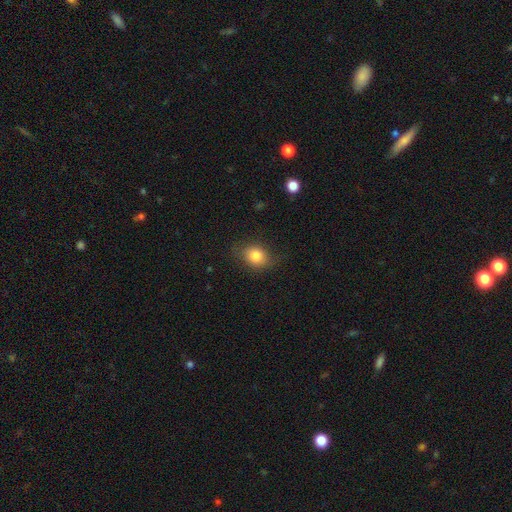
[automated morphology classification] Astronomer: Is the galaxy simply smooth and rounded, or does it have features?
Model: smooth — 81%.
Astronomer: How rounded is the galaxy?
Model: in between — 52% (runner-up: round, 47%).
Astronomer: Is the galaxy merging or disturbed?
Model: none — 73%.